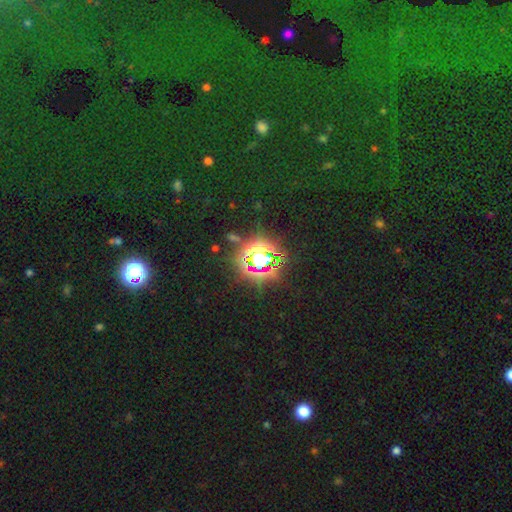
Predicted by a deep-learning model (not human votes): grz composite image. It shows a star or artifact, not a galaxy (69%).